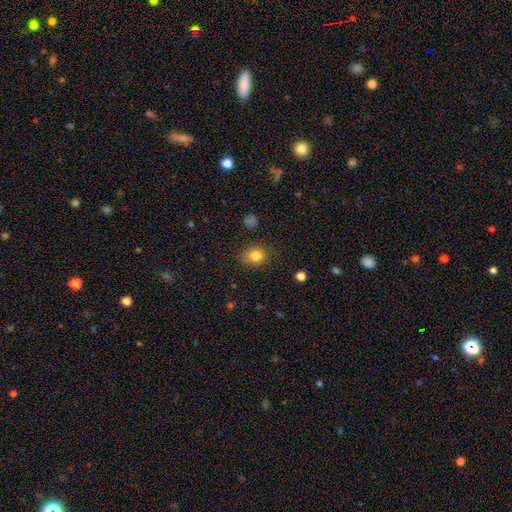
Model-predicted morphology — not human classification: This is clearly a smooth galaxy (82%). How rounded: possibly round (57%). Merging: clearly none (83%).